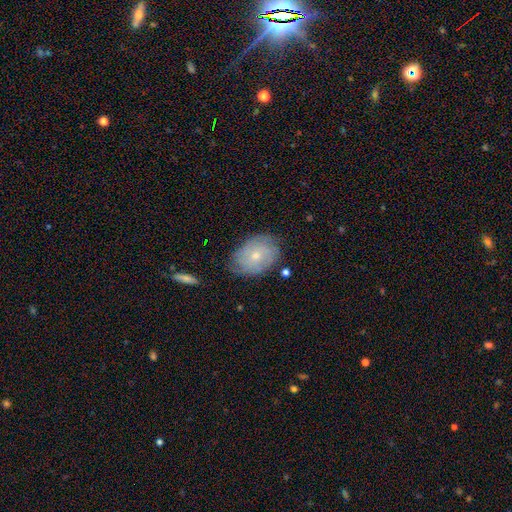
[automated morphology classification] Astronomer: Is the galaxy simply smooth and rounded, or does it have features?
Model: featured or disk — 59% (runner-up: smooth, 34%).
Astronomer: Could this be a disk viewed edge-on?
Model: no — 96%.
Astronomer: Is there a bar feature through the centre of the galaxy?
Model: no — 81%.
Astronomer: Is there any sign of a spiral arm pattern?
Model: yes — 80%.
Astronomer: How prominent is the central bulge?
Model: small — 60% (runner-up: moderate, 37%).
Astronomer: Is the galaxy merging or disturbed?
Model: none — 73%.